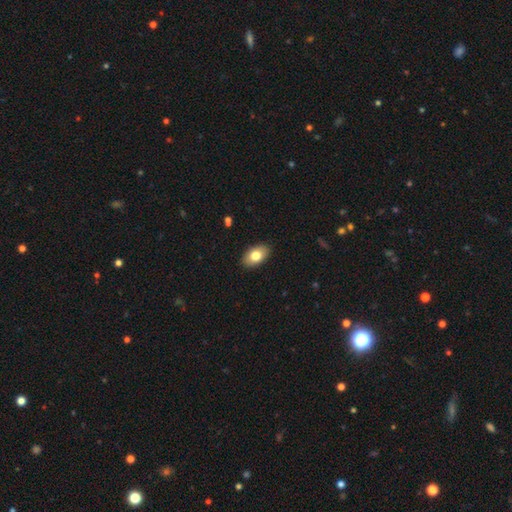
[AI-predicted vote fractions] Smooth or featured? Predicted: smooth (p=0.79). How rounded? Predicted: in between (p=0.91). Merging? Predicted: none (p=0.89).